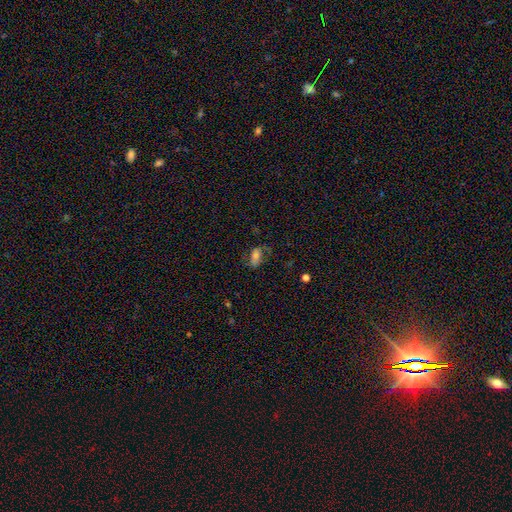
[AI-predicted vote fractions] The model was most divided on "smooth or featured": smooth: 50%, featured or disk: 36%, star or artifact: 14%. More confident: merging — none (60%).